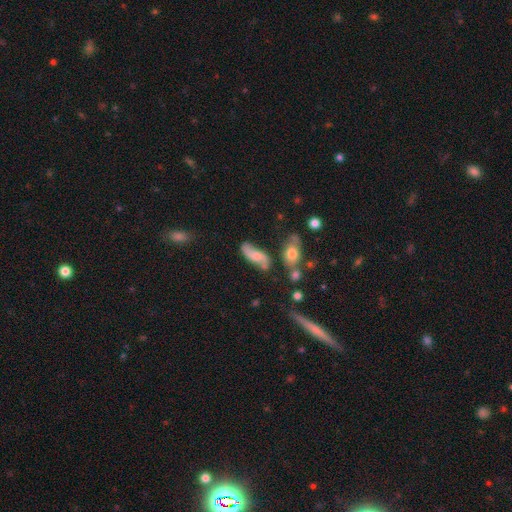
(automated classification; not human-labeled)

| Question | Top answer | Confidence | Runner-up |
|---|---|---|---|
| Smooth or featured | featured or disk | 51% | smooth (41%) |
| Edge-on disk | no | 88% | yes (12%) |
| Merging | none | 60% | minor disturbance (22%) |